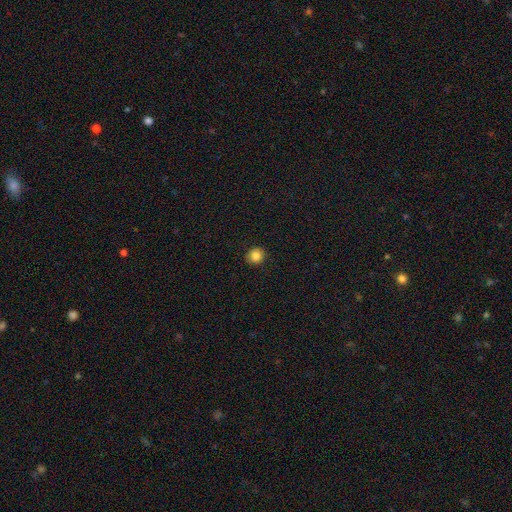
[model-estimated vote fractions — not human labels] A smooth galaxy with no disk features (85%) that is round (88%). Merging: none (91%).